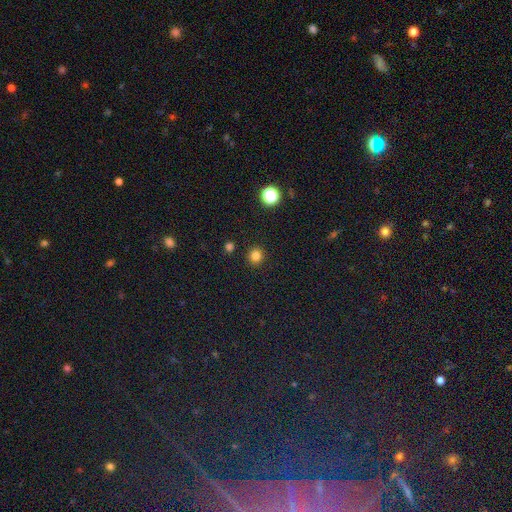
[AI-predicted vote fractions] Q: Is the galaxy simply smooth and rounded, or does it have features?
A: smooth — 82%.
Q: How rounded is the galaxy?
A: round — 92%.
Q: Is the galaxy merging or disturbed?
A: none — 91%.